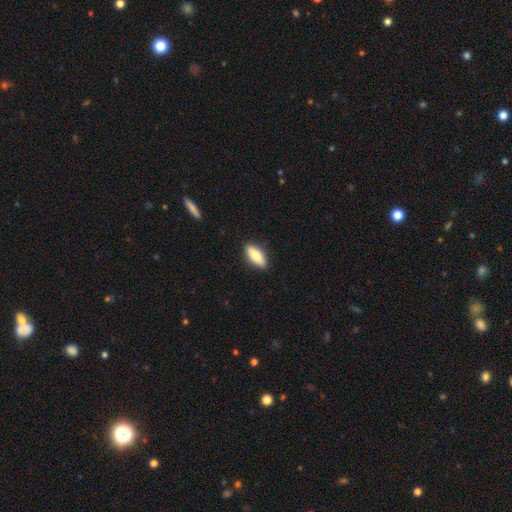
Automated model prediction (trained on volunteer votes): Smooth or featured?
  - smooth: 84% *
  - featured or disk: 11%
  - star or artifact: 6%
How rounded?
  - in between: 81% *
  - cigar-shaped: 17%
  - round: 2%
Merging?
  - none: 89% *
  - minor disturbance: 9%
  - major disturbance: 2%
  - merger: 1%